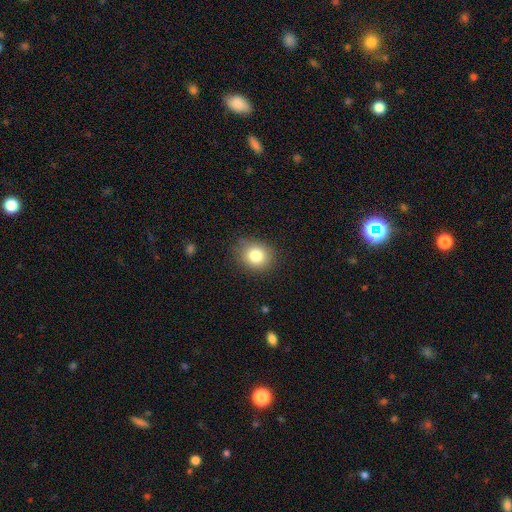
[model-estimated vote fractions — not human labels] smooth_or_featured: smooth (p=0.82) [alt: star or artifact p=0.11]
how_rounded: round (p=0.67) [alt: in between p=0.32]
merging: none (p=0.84) [alt: minor disturbance p=0.12]